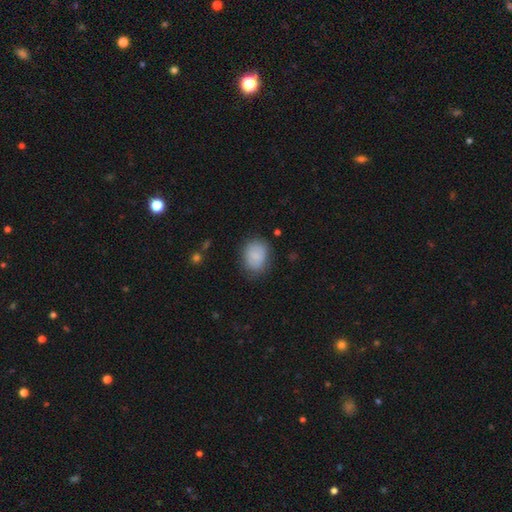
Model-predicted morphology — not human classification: Smooth or featured? smooth (84%)
How rounded? in between (53%)
Merging? none (74%)